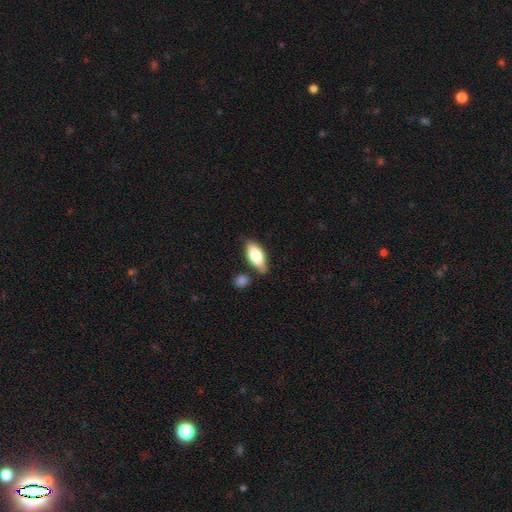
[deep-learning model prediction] A smooth galaxy with no disk features (76%) that is in between round and cigar-shaped (83%).

Vote fractions:
- Smooth or featured? smooth: 76% / featured or disk: 18% / star or artifact: 6%
- How rounded? in between: 83% / cigar-shaped: 14% / round: 3%
- Merging? none: 72% / minor disturbance: 17% / merger: 7% / major disturbance: 4%